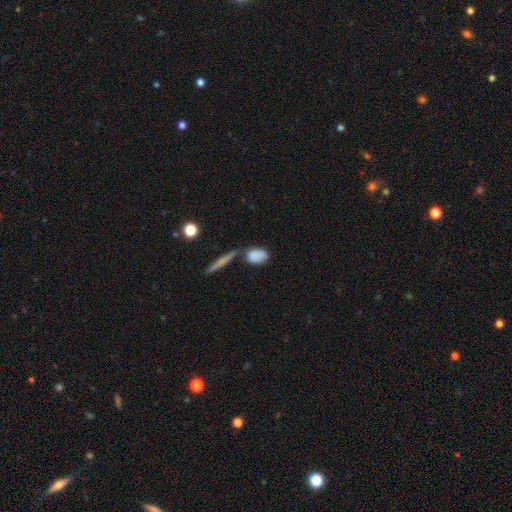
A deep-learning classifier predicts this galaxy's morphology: Smooth or featured: smooth — 79% (featured or disk — 13%)
How rounded: in between — 76% (round — 17%)
Merging: none — 49% (merger — 22%)